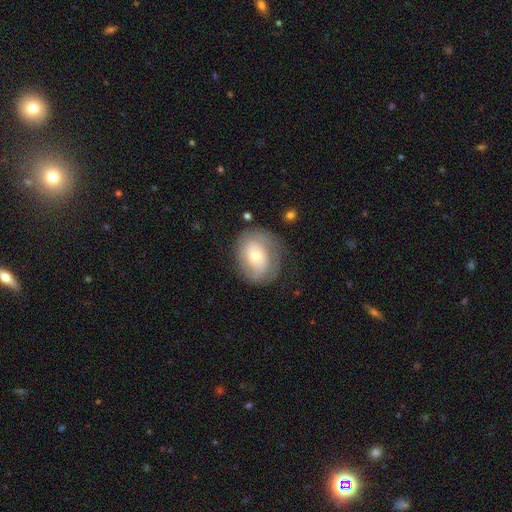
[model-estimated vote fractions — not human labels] This appears to be a featured or disk galaxy (52%). Merging: none (72%).